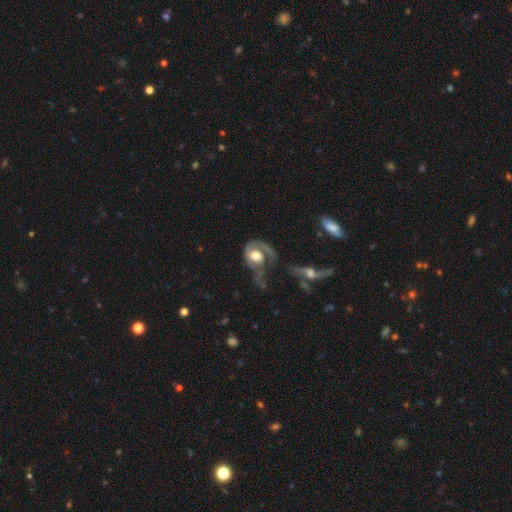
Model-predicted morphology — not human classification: Smooth or featured?
  - featured or disk: 67% *
  - smooth: 27%
  - star or artifact: 6%
Edge-on disk?
  - no: 96% *
  - yes: 4%
Bar?
  - no: 72% *
  - weak: 22%
  - strong: 6%
Spiral arms?
  - yes: 79% *
  - no: 21%
Spiral winding?
  - medium: 36% *
  - tight: 34%
  - loose: 31%
Spiral arm count?
  - 1: 57% *
  - 2: 29%
  - can't tell: 10%
  - 3: 2%
  - 4: 1%
  - more than 4: 1%
Bulge size?
  - moderate: 51% *
  - large: 39%
  - small: 5%
  - dominant: 4%
  - none: 2%
Merging?
  - major disturbance: 47% *
  - none: 22%
  - minor disturbance: 18%
  - merger: 13%